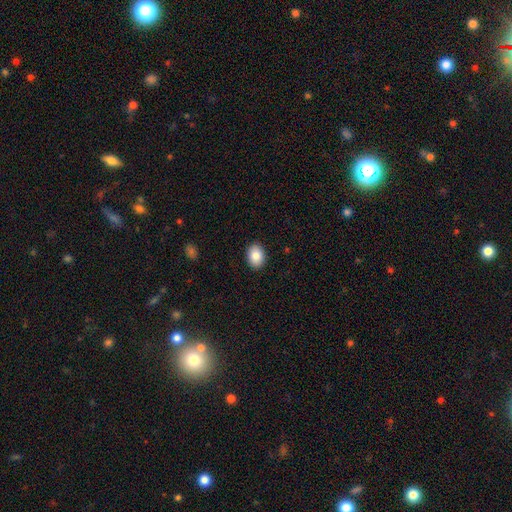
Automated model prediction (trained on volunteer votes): The model was most divided on "how rounded": in between: 77%, round: 22%, cigar-shaped: 1%. More confident: merging — none (90%); smooth or featured — smooth (87%).